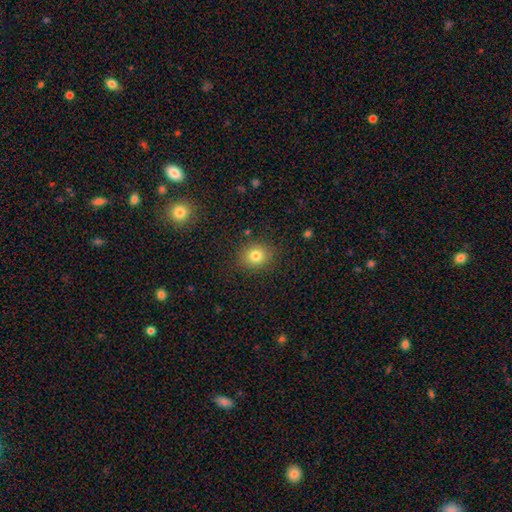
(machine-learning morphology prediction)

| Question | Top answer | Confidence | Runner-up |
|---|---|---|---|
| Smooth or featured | smooth | 80% | star or artifact (12%) |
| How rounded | round | 76% | in between (23%) |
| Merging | none | 87% | minor disturbance (9%) |